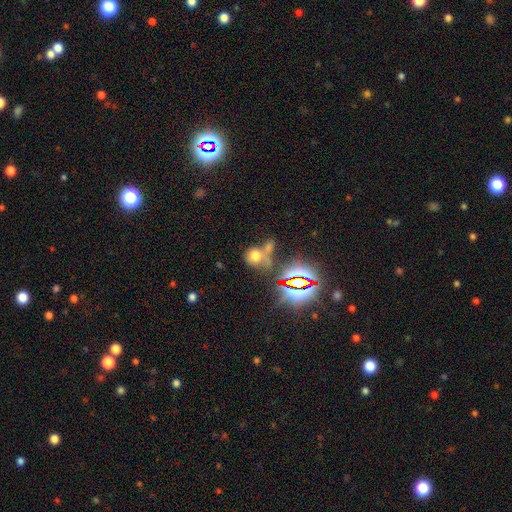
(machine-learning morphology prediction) Smooth or featured: smooth — 58% (star or artifact — 30%)
How rounded: round — 69% (in between — 29%)
Merging: none — 43% (merger — 38%)